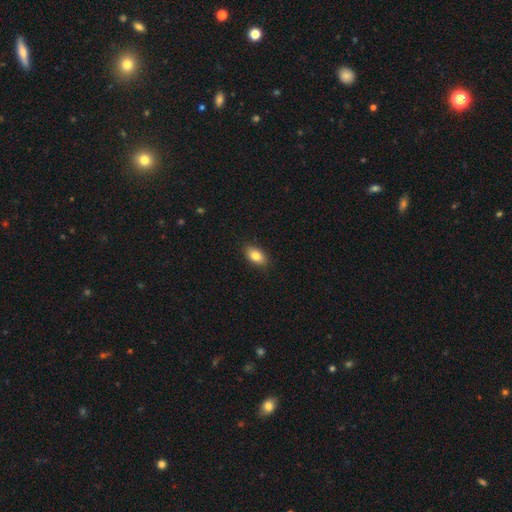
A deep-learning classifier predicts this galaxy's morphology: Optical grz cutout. It shows a smooth galaxy with no disk features (82%) that is in between round and cigar-shaped (90%). Merging: none (89%).